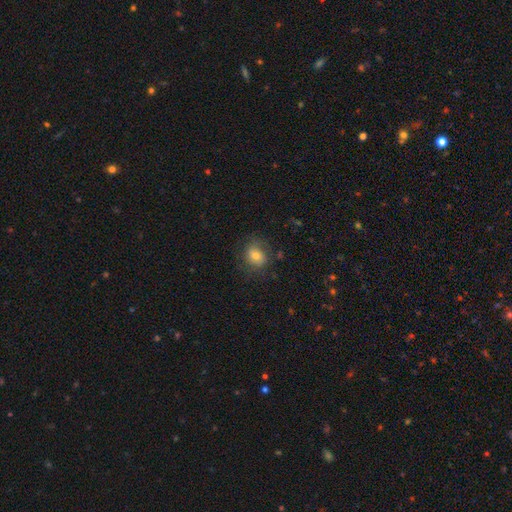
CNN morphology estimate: Smooth or featured?
  - smooth: 70% *
  - featured or disk: 20%
  - star or artifact: 10%
How rounded?
  - round: 62% *
  - in between: 37%
  - cigar-shaped: 1%
Merging?
  - none: 72% *
  - minor disturbance: 18%
  - major disturbance: 9%
  - merger: 1%